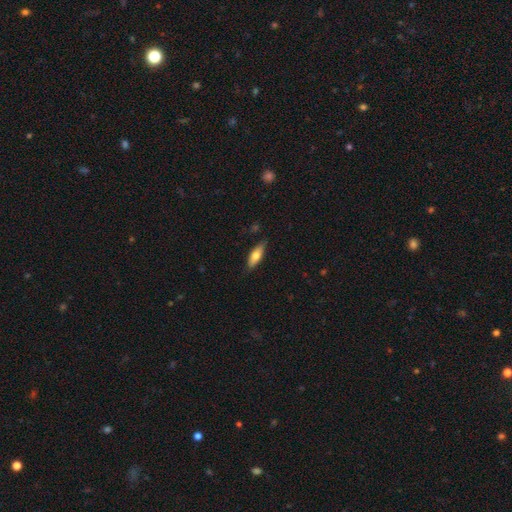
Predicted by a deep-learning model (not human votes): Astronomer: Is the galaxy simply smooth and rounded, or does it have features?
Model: smooth — 70%.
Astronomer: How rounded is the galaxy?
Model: in between — 59% (runner-up: cigar-shaped, 39%).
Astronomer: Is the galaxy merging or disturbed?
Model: none — 84%.